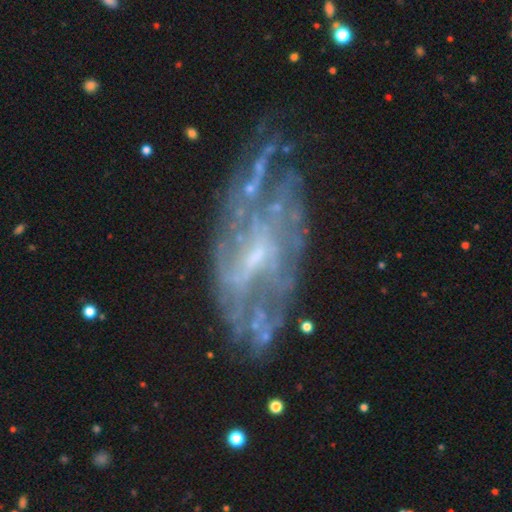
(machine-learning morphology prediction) Q: Smooth or featured?
A: featured or disk (78%); runner-up: smooth (11%)
Q: Edge-on disk?
A: no (90%); runner-up: yes (10%)
Q: Bar?
A: no (44%); runner-up: weak (43%)
Q: Spiral arms?
A: yes (72%); runner-up: no (28%)
Q: Spiral winding?
A: tight (43%); runner-up: medium (35%)
Q: Spiral arm count?
A: can't tell (61%); runner-up: 2 (12%)
Q: Bulge size?
A: small (67%); runner-up: moderate (19%)
Q: Merging?
A: none (63%); runner-up: minor disturbance (20%)